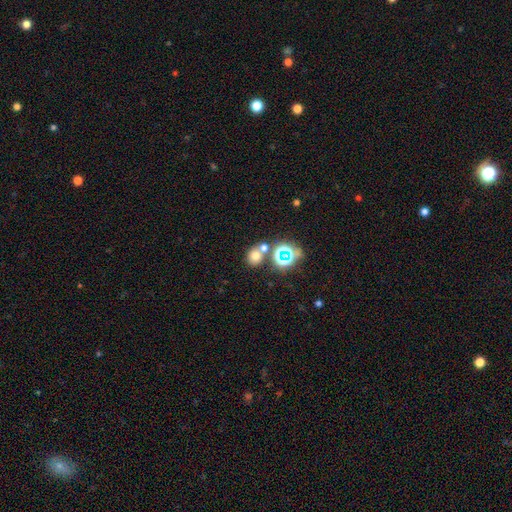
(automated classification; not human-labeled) This appears to be a smooth galaxy with no disk features (62%) that is round (71%). Merging: none (57%).